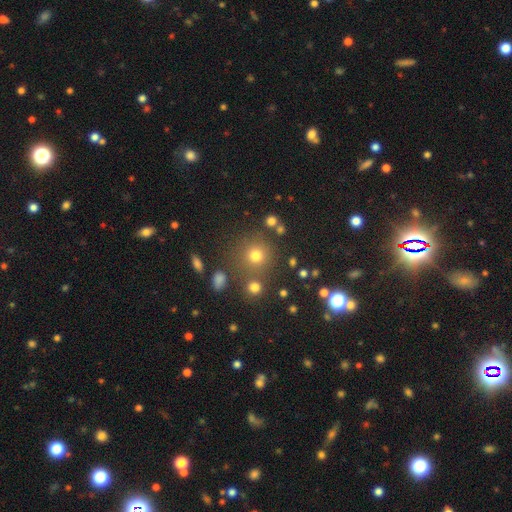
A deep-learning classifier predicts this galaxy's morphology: A smooth galaxy with no disk features (74%) that is round (92%).

Vote fractions:
- Smooth or featured? smooth: 74% / star or artifact: 18% / featured or disk: 8%
- How rounded? round: 92% / in between: 7% / cigar-shaped: 1%
- Merging? none: 77% / merger: 10% / minor disturbance: 9% / major disturbance: 4%